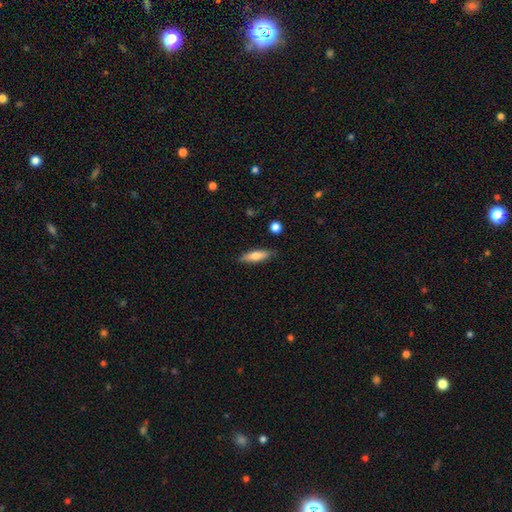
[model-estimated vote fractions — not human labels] Morphology: type=smooth (67%); roundness=cigar-shaped (57%); merging=none (83%).